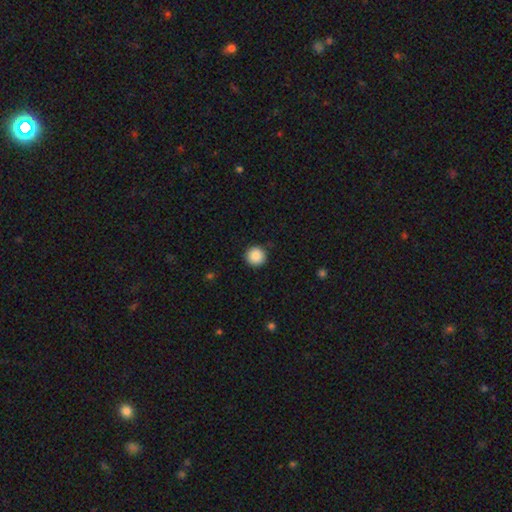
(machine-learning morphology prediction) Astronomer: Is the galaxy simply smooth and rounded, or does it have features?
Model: smooth — 89%.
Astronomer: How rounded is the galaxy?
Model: round — 96%.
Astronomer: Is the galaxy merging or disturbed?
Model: none — 92%.